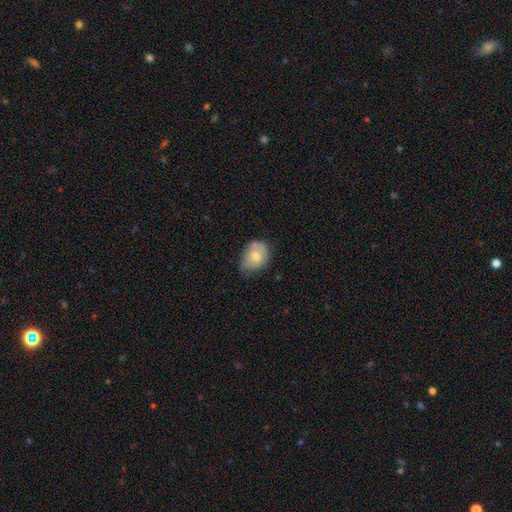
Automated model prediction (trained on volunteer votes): smooth 70%, featured or disk 22%, star or artifact 8%. Down the decision tree: how rounded — in between (60%); merging — none (43%).